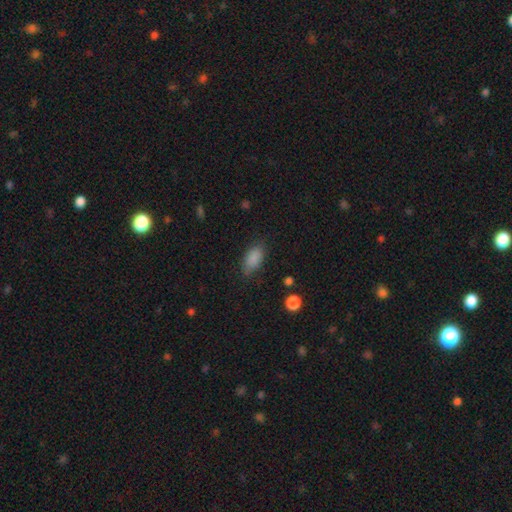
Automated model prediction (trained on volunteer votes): This appears to be a smooth galaxy with no disk features (80%) that is in between round and cigar-shaped (87%). Merging: none (81%).